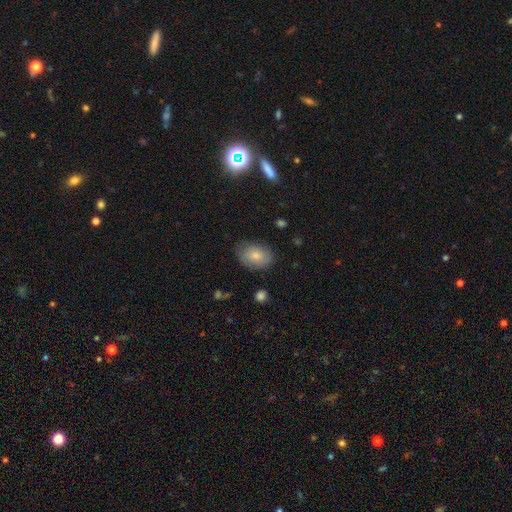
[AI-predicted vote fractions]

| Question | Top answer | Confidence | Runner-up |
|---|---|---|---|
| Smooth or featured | smooth | 77% | featured or disk (16%) |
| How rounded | in between | 80% | round (19%) |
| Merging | none | 77% | minor disturbance (17%) |